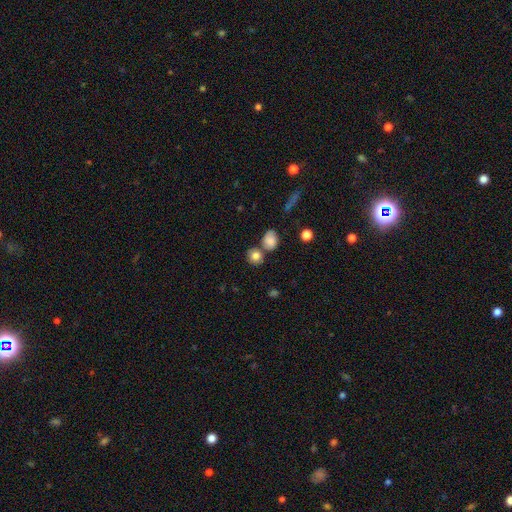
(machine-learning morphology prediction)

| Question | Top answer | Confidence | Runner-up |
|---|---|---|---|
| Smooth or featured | smooth | 83% | star or artifact (10%) |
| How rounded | round | 77% | in between (22%) |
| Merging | none | 63% | merger (23%) |